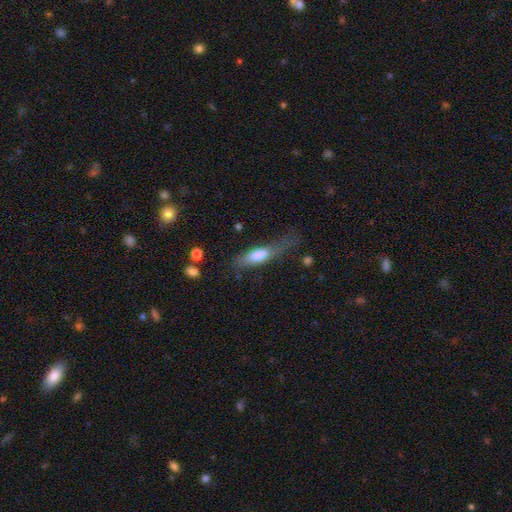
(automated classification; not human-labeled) Q: Smooth or featured?
A: smooth (71%); runner-up: featured or disk (22%)
Q: How rounded?
A: in between (53%); runner-up: cigar-shaped (44%)
Q: Merging?
A: none (39%); runner-up: minor disturbance (29%)